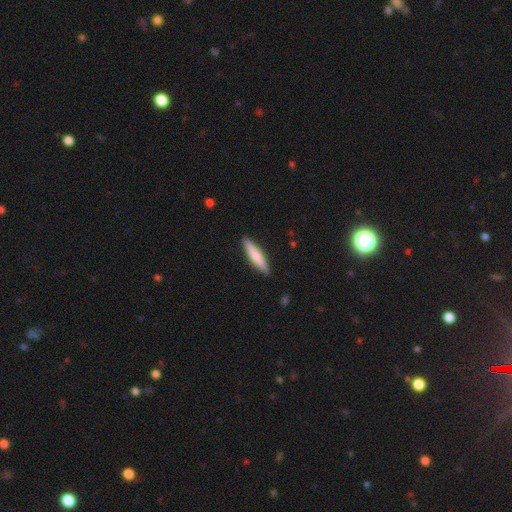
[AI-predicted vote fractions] Q: Smooth or featured?
A: smooth (73%); runner-up: featured or disk (22%)
Q: How rounded?
A: cigar-shaped (85%); runner-up: in between (14%)
Q: Merging?
A: none (90%); runner-up: minor disturbance (7%)